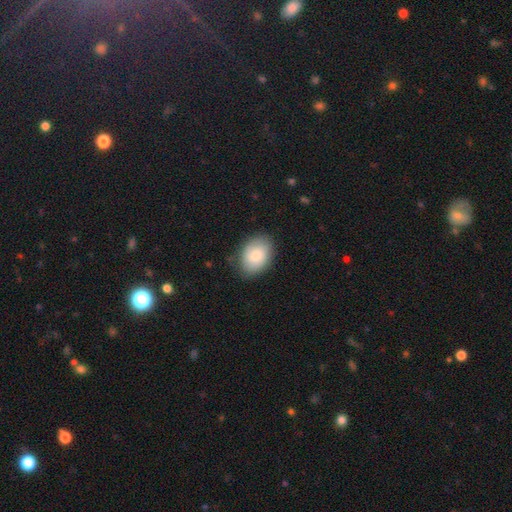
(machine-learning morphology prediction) This is likely a smooth galaxy (71%). How rounded: likely in between (77%). Merging: clearly none (81%).